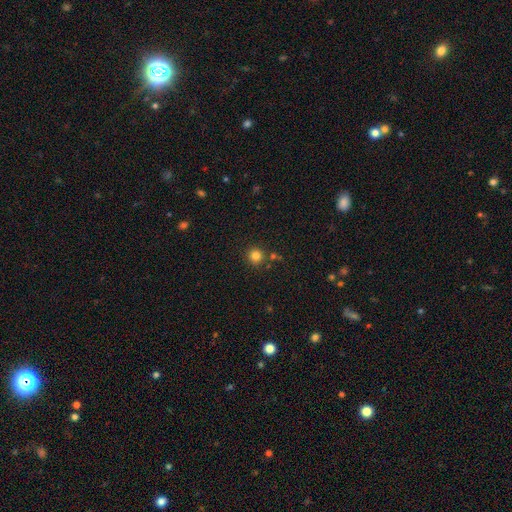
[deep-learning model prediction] smooth-or-featured: smooth: 81% | star or artifact: 13% | featured or disk: 5%
  how-rounded: round: 94% | in between: 5% | cigar-shaped: 1%
  merging: none: 85% | minor disturbance: 7% | merger: 6% | major disturbance: 2%